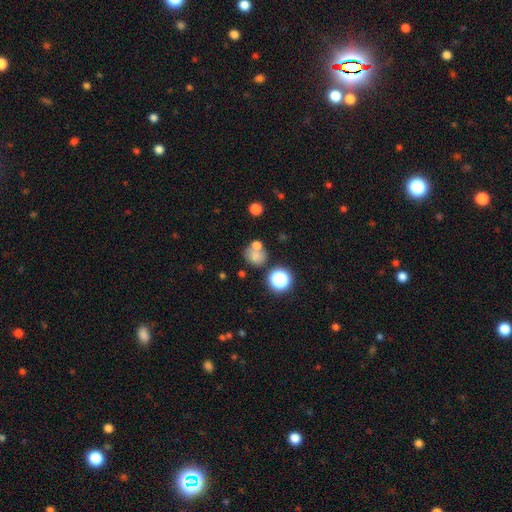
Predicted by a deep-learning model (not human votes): The model was most divided on "merging": none: 51%, merger: 32%, minor disturbance: 11%, major disturbance: 6%. More confident: how rounded — round (81%); smooth or featured — smooth (72%).